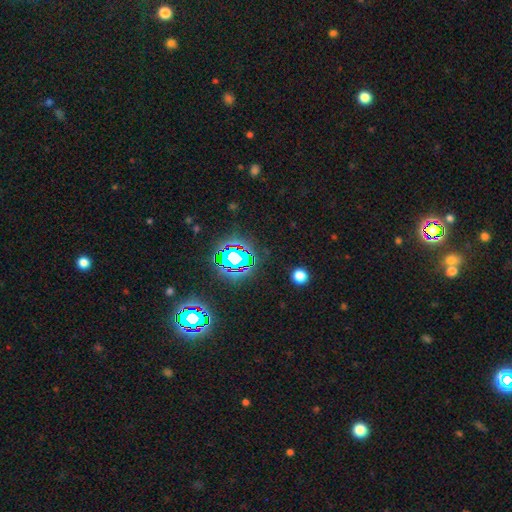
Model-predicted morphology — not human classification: A star or artifact, not a galaxy (81%).